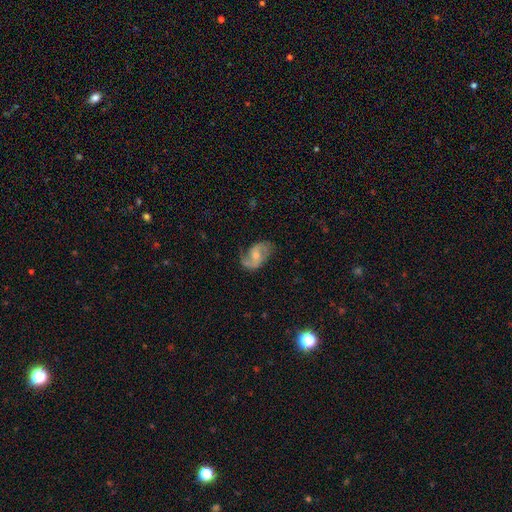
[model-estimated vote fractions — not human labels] Smooth or featured?
  - featured or disk: 78% *
  - smooth: 16%
  - star or artifact: 6%
Edge-on disk?
  - no: 97% *
  - yes: 3%
Bar?
  - no: 53% *
  - weak: 38%
  - strong: 9%
Spiral arms?
  - yes: 94% *
  - no: 6%
Spiral winding?
  - medium: 45% *
  - loose: 39%
  - tight: 16%
Spiral arm count?
  - 2: 84% *
  - 1: 8%
  - can't tell: 5%
  - 3: 1%
  - 4: 1%
  - more than 4: 1%
Bulge size?
  - moderate: 55% *
  - small: 38%
  - large: 3%
  - none: 3%
  - dominant: 1%
Merging?
  - none: 67% *
  - minor disturbance: 21%
  - major disturbance: 10%
  - merger: 2%